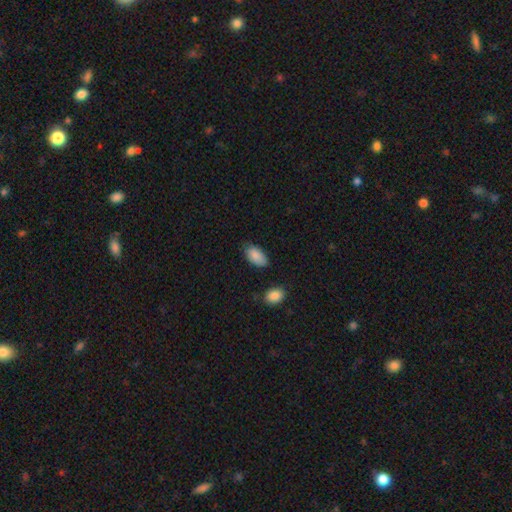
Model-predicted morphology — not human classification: A smooth galaxy with no disk features (88%) that is in between round and cigar-shaped (94%).

Vote fractions:
- Smooth or featured? smooth: 88% / star or artifact: 7% / featured or disk: 5%
- How rounded? in between: 94% / round: 4% / cigar-shaped: 2%
- Merging? none: 75% / minor disturbance: 19% / major disturbance: 4% / merger: 3%